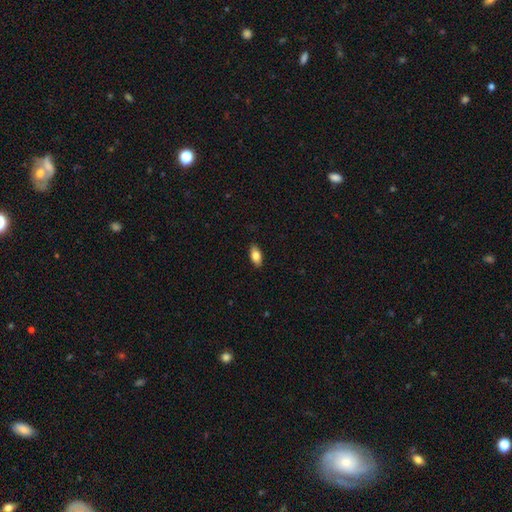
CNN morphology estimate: smooth-or-featured: smooth: 80% | featured or disk: 13% | star or artifact: 7%
  how-rounded: in between: 89% | cigar-shaped: 8% | round: 3%
  merging: none: 88% | minor disturbance: 10% | major disturbance: 2% | merger: 1%